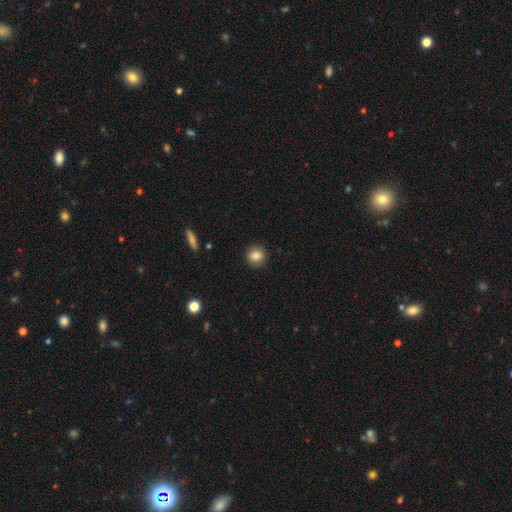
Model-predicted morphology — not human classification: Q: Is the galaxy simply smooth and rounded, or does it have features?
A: smooth — 84%.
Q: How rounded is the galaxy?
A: round — 90%.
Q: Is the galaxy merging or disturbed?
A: none — 91%.